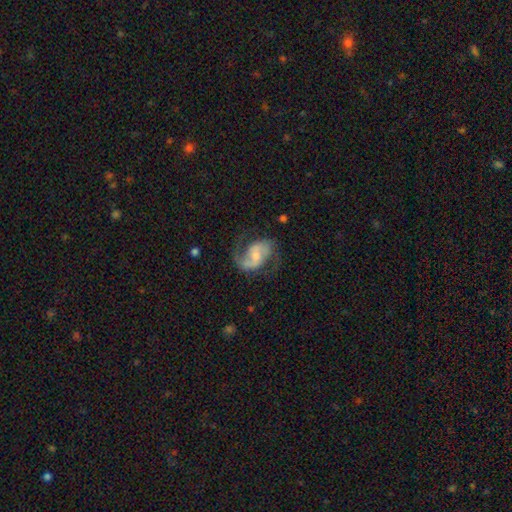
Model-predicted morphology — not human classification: Smooth or featured?
  - featured or disk: 82% *
  - smooth: 12%
  - star or artifact: 6%
Edge-on disk?
  - no: 97% *
  - yes: 3%
Bar?
  - weak: 45% *
  - no: 38%
  - strong: 17%
Spiral arms?
  - yes: 95% *
  - no: 5%
Spiral winding?
  - medium: 50% *
  - loose: 35%
  - tight: 15%
Spiral arm count?
  - 2: 82% *
  - 1: 10%
  - can't tell: 4%
  - 3: 1%
  - 4: 1%
  - more than 4: 1%
Bulge size?
  - moderate: 46% *
  - small: 45%
  - large: 4%
  - none: 4%
  - dominant: 1%
Merging?
  - none: 66% *
  - minor disturbance: 18%
  - major disturbance: 15%
  - merger: 1%